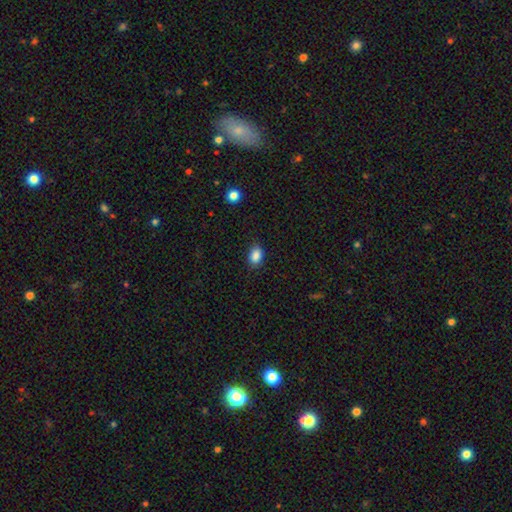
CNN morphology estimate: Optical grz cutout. It shows a smooth galaxy with no disk features (87%) that is in between round and cigar-shaped (79%). Merging: none (84%).